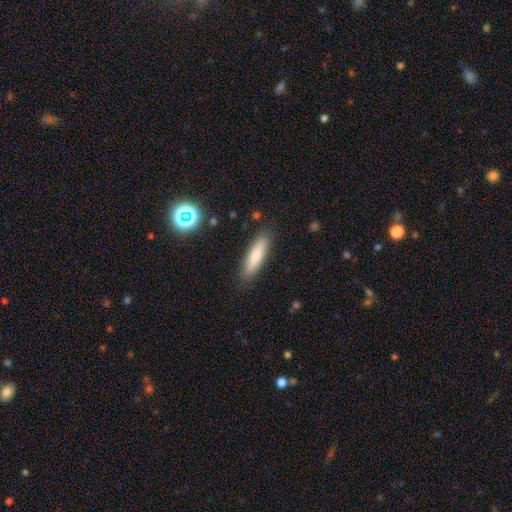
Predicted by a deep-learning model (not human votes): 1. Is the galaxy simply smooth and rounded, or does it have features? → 77% smooth, 16% featured or disk, 7% star or artifact.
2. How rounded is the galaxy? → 75% cigar-shaped, 24% in between, 2% round.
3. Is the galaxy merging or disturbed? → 87% none, 9% minor disturbance, 2% major disturbance, 1% merger.